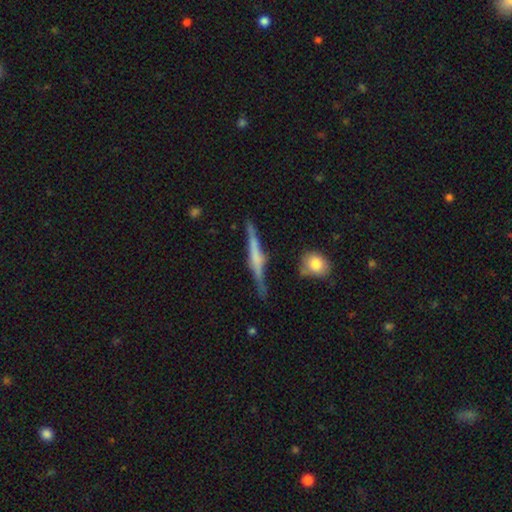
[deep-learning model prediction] The model was most divided on "edge-on bulge": rounded: 41%, boxy: 31%, none: 27%. More confident: edge-on disk — yes (96%); merging — none (77%); smooth or featured — featured or disk (66%).